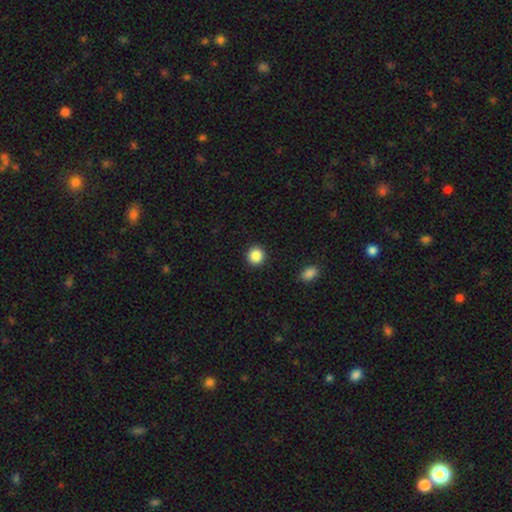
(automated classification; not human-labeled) smooth_or_featured: smooth (p=0.87) [alt: star or artifact p=0.09]
how_rounded: round (p=0.94) [alt: in between p=0.05]
merging: none (p=0.92) [alt: minor disturbance p=0.05]